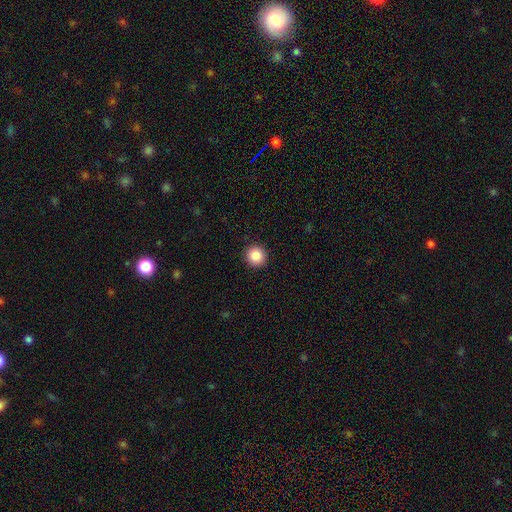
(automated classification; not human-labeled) Q: Smooth or featured?
A: smooth (86%); runner-up: star or artifact (10%)
Q: How rounded?
A: round (95%); runner-up: in between (4%)
Q: Merging?
A: none (93%); runner-up: minor disturbance (5%)